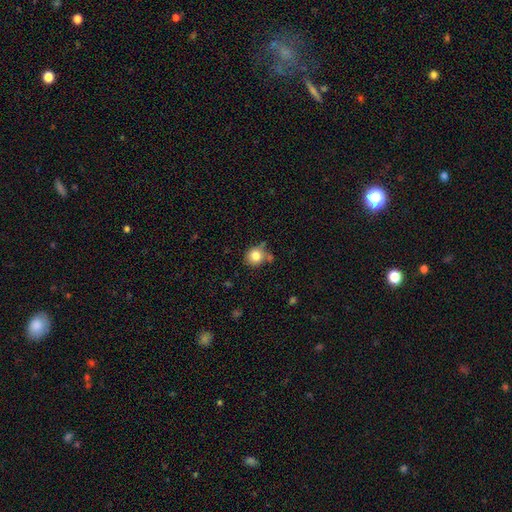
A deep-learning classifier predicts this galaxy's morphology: Smooth or featured: smooth — 81% (star or artifact — 11%)
How rounded: round — 86% (in between — 13%)
Merging: none — 68% (minor disturbance — 16%)